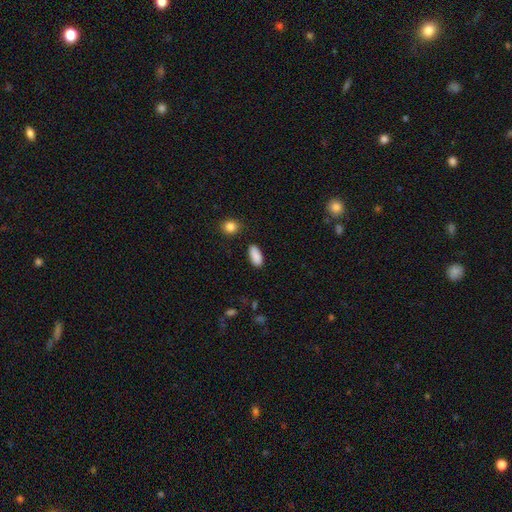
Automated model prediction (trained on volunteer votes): Morphology: type=smooth (89%); roundness=in between (90%); merging=none (84%).